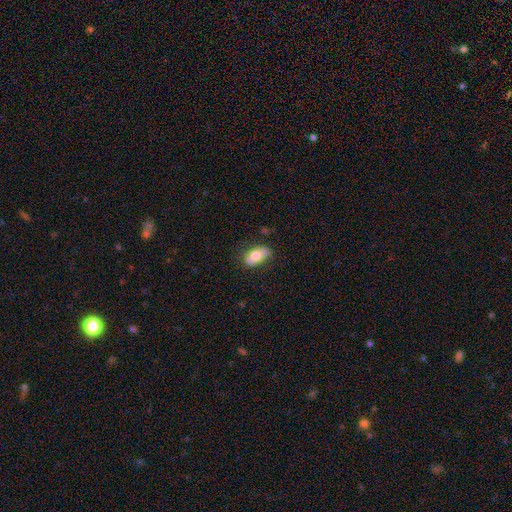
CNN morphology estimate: The model was most divided on "merging": none: 68%, minor disturbance: 24%, major disturbance: 6%, merger: 2%. More confident: how rounded — in between (92%); smooth or featured — smooth (74%).